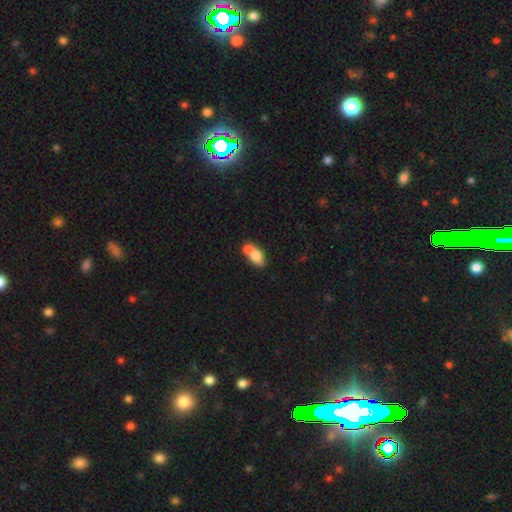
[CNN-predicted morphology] This is likely a smooth galaxy (74%). How rounded: likely in between (78%). Merging: likely merger (63%).